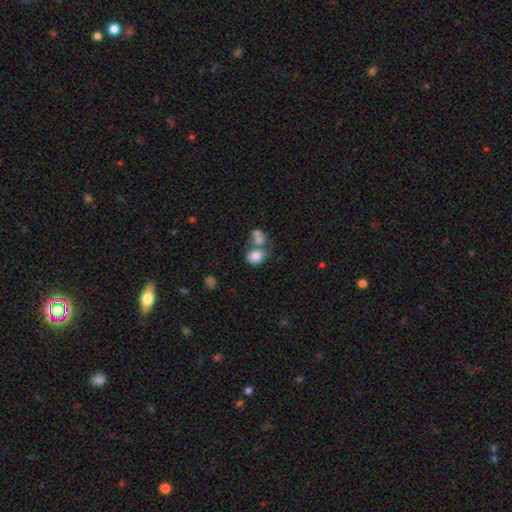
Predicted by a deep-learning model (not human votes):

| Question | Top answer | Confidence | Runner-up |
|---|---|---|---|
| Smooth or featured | smooth | 79% | featured or disk (11%) |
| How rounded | round | 56% | in between (43%) |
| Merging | merger | 47% | none (36%) |